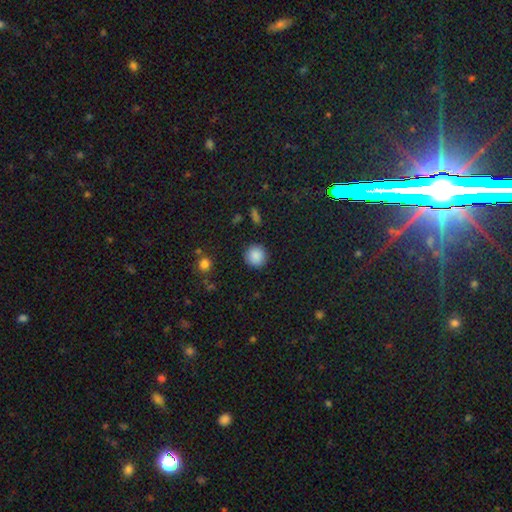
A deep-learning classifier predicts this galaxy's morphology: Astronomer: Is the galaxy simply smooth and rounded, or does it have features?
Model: smooth — 87%.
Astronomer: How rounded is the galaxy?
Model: round — 93%.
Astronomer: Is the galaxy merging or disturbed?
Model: none — 90%.